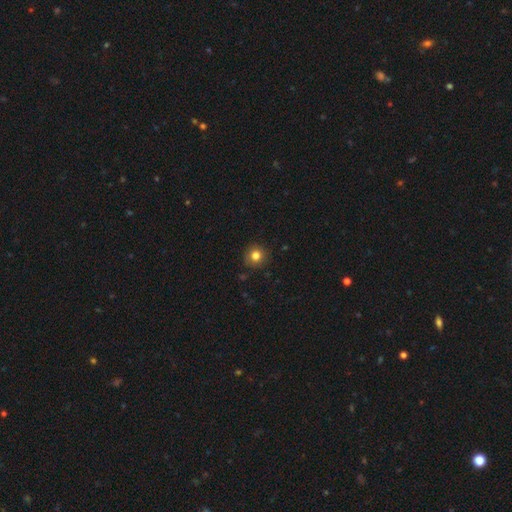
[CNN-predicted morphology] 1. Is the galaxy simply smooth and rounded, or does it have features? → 81% smooth, 12% star or artifact, 7% featured or disk.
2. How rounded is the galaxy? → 92% round, 7% in between, 1% cigar-shaped.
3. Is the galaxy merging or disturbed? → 88% none, 9% minor disturbance, 2% major disturbance, 1% merger.